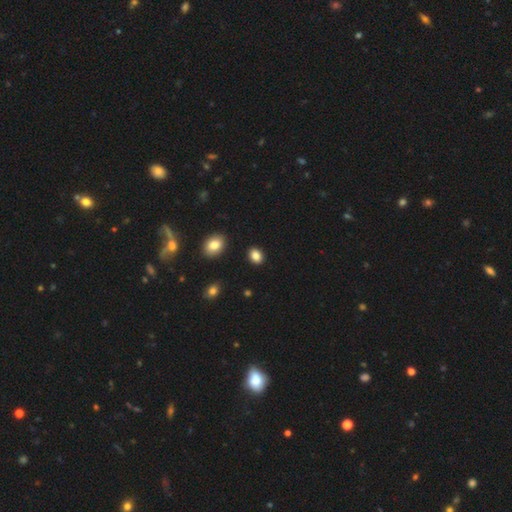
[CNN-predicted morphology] Smooth or featured? smooth (86%)
How rounded? in between (67%)
Merging? none (89%)